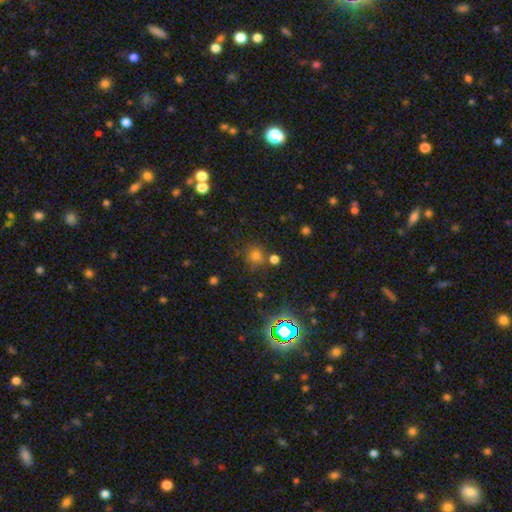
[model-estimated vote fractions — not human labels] smooth-or-featured: smooth: 62% | star or artifact: 30% | featured or disk: 8%
  how-rounded: round: 83% | in between: 16% | cigar-shaped: 1%
  merging: none: 69% | merger: 14% | minor disturbance: 12% | major disturbance: 5%